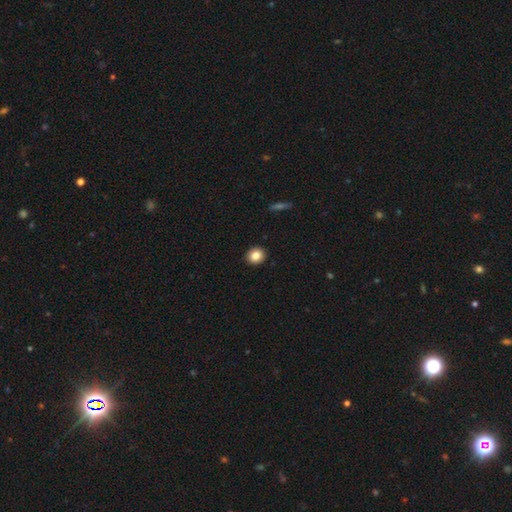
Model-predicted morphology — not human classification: This appears to be a smooth galaxy with no disk features (85%) that is round (82%). Merging: none (93%).